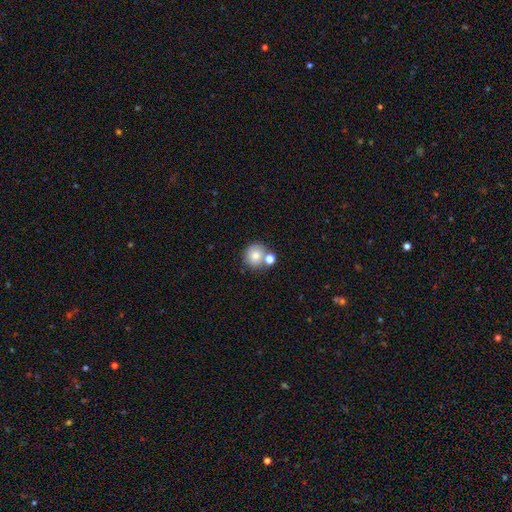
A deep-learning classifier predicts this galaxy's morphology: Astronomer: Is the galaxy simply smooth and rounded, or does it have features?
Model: smooth — 79%.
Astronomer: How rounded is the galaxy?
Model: round — 91%.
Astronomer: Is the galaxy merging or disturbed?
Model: none — 60%.